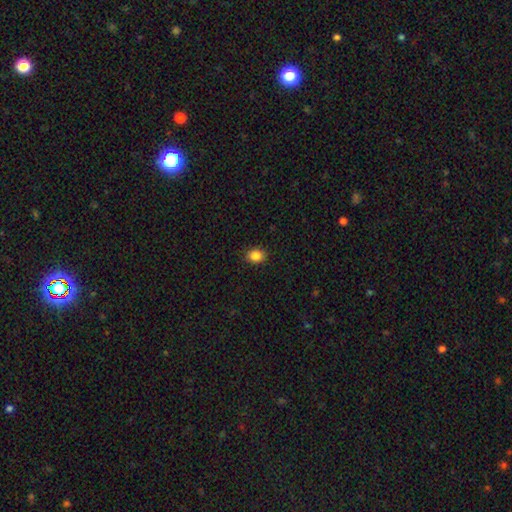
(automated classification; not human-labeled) Overall: smooth (86%). How rounded: in between (50%; round 49%). Merging: none (90%).